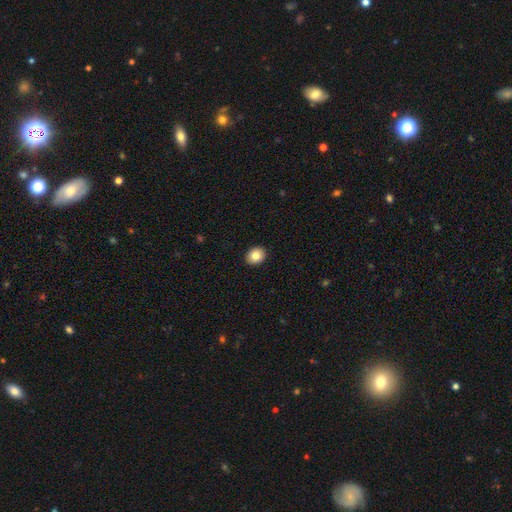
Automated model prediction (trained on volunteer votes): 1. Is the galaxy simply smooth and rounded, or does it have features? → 82% smooth, 9% star or artifact, 9% featured or disk.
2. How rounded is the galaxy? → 60% round, 39% in between, 1% cigar-shaped.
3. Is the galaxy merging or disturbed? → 92% none, 6% minor disturbance, 1% major disturbance, 1% merger.